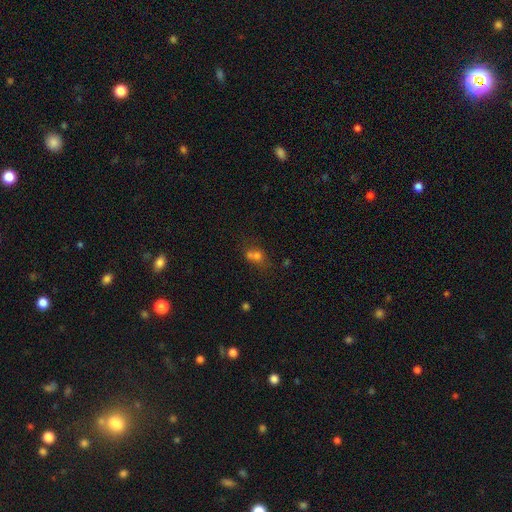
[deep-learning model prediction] Overall: smooth (66%). How rounded: round (60%; in between 38%). Merging: merger (54%; none 31%).